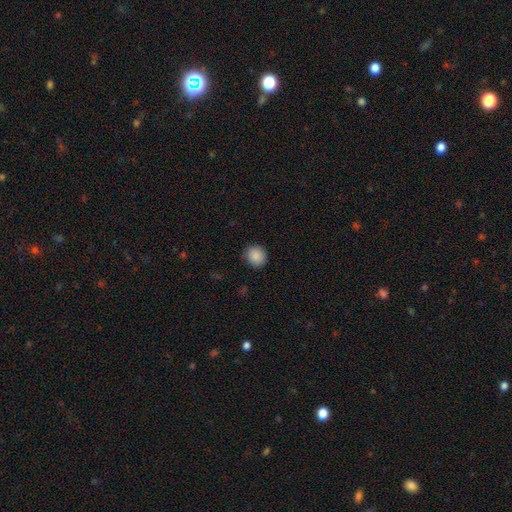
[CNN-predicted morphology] This is clearly a smooth galaxy (88%). How rounded: clearly round (87%). Merging: clearly none (90%).